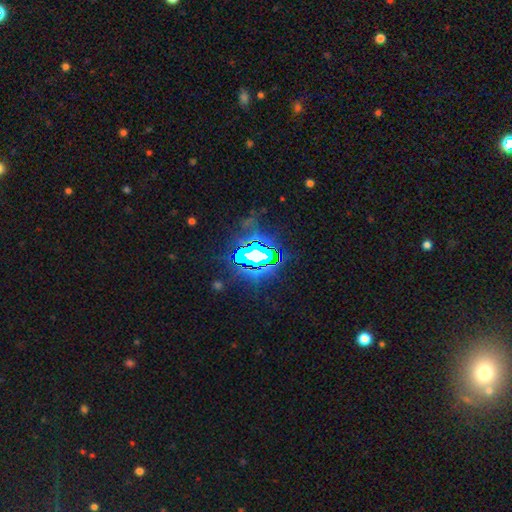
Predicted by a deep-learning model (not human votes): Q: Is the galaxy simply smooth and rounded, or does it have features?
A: star or artifact — 74%.